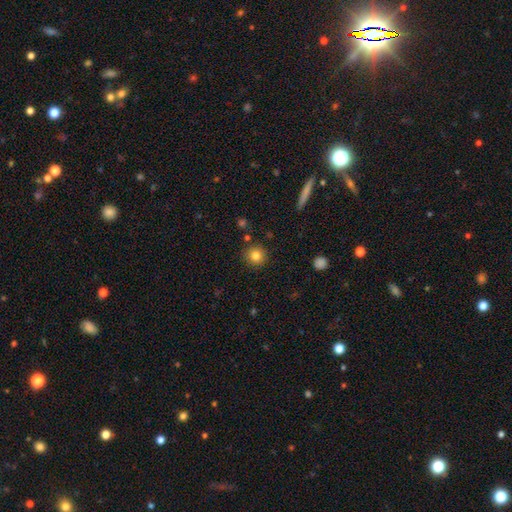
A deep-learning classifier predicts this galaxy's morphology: smooth-or-featured: smooth: 82% | star or artifact: 11% | featured or disk: 7%
  how-rounded: round: 93% | in between: 6% | cigar-shaped: 1%
  merging: none: 88% | minor disturbance: 7% | merger: 2% | major disturbance: 2%